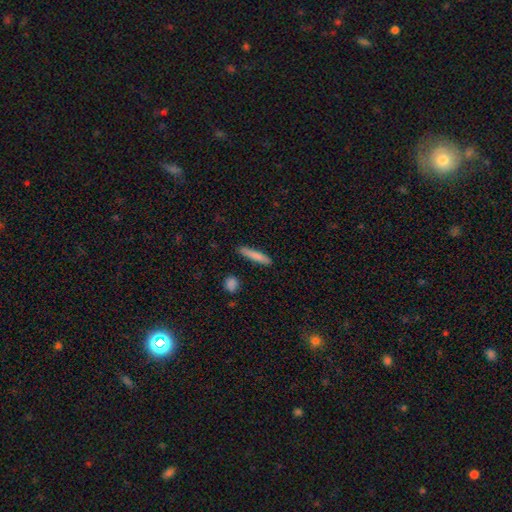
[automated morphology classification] smooth 80%, featured or disk 13%, star or artifact 6%. Down the decision tree: how rounded — cigar-shaped (91%); merging — none (87%).